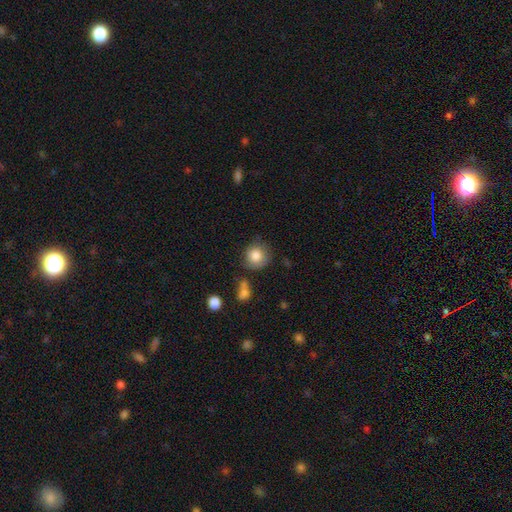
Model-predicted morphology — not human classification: A smooth galaxy with no disk features (83%) that is round (89%).

Vote fractions:
- Smooth or featured? smooth: 83% / featured or disk: 9% / star or artifact: 8%
- How rounded? round: 89% / in between: 10% / cigar-shaped: 1%
- Merging? none: 72% / minor disturbance: 18% / major disturbance: 5% / merger: 5%